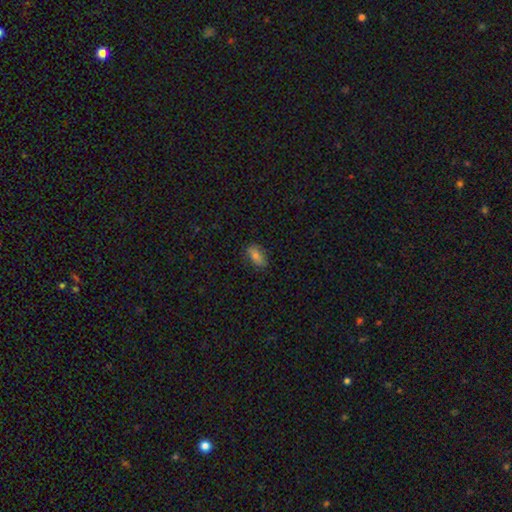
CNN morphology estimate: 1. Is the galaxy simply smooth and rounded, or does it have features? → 78% smooth, 11% featured or disk, 10% star or artifact.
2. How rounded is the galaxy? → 88% in between, 6% cigar-shaped, 6% round.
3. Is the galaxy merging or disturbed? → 81% none, 15% minor disturbance, 3% major disturbance, 1% merger.